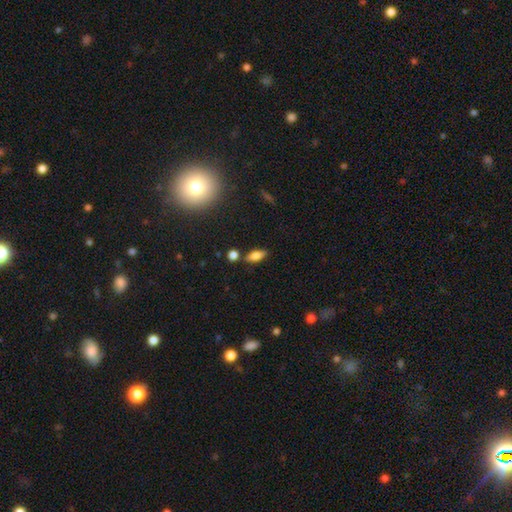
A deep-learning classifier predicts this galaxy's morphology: Q: Smooth or featured?
A: smooth (71%); runner-up: featured or disk (19%)
Q: How rounded?
A: in between (76%); runner-up: cigar-shaped (20%)
Q: Merging?
A: none (77%); runner-up: minor disturbance (12%)